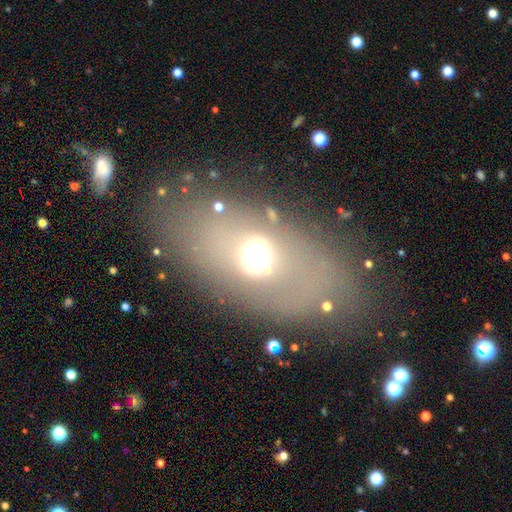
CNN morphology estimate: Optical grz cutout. It shows a smooth galaxy with no disk features (52%) that is in between round and cigar-shaped (80%). Merging: none (77%).